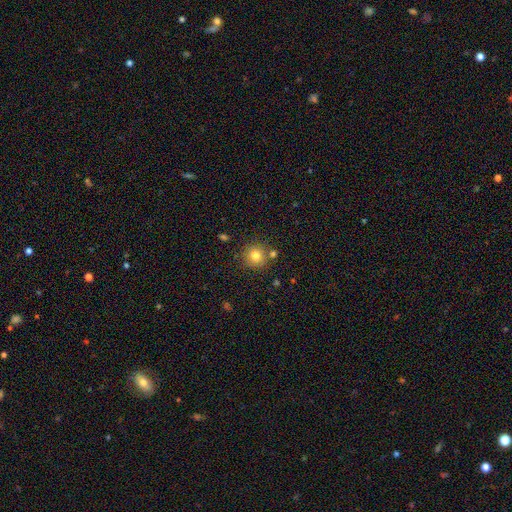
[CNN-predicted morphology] smooth_or_featured: smooth (p=0.79) [alt: star or artifact p=0.13]
how_rounded: round (p=0.92) [alt: in between p=0.07]
merging: none (p=0.80) [alt: minor disturbance p=0.09]